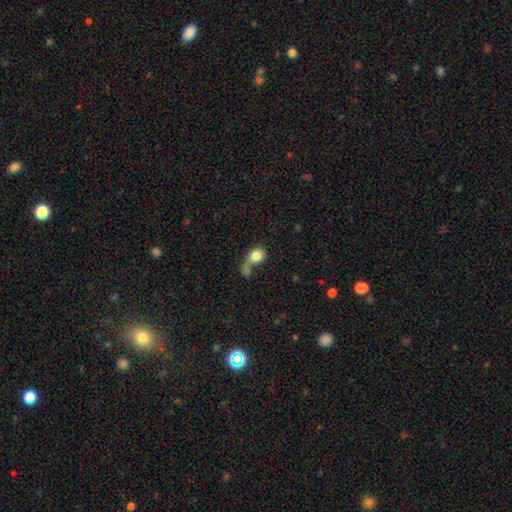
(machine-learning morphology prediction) This is likely a smooth galaxy (78%). How rounded: likely round (62%). Merging: marginally merger (32%).